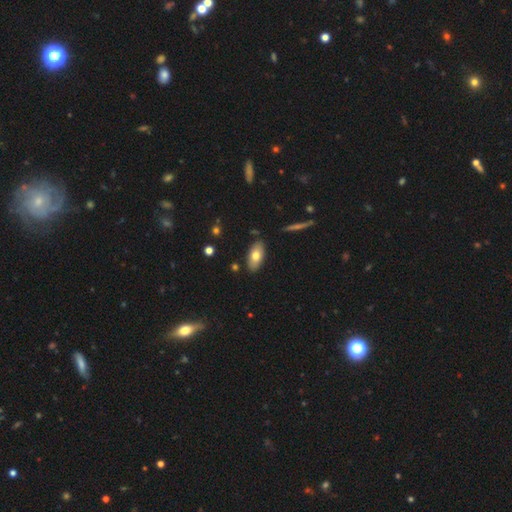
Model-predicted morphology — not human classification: A smooth galaxy with no disk features (72%) that is in between round and cigar-shaped (90%).

Vote fractions:
- Smooth or featured? smooth: 72% / featured or disk: 21% / star or artifact: 7%
- How rounded? in between: 90% / cigar-shaped: 7% / round: 3%
- Merging? none: 85% / minor disturbance: 10% / merger: 2% / major disturbance: 2%